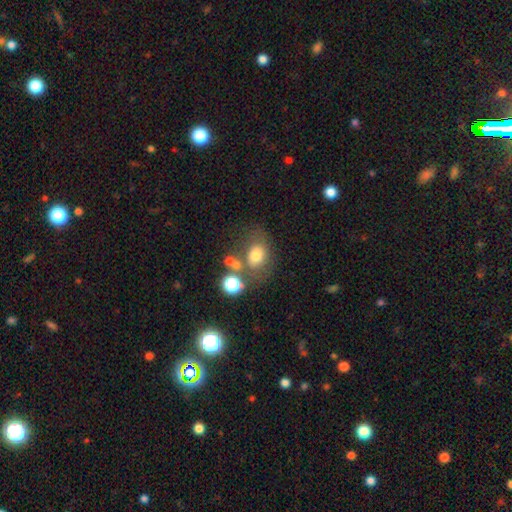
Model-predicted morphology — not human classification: This appears to be a smooth galaxy with no disk features (68%) that is in between round and cigar-shaped (58%). Merging: none (49%).